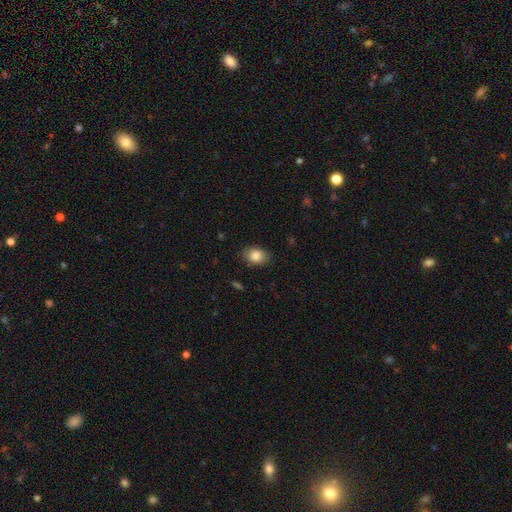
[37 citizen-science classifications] Smooth or featured? 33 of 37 (89%) said smooth. How rounded? 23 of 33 (70%) said in between. Merging? 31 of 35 (89%) said none.